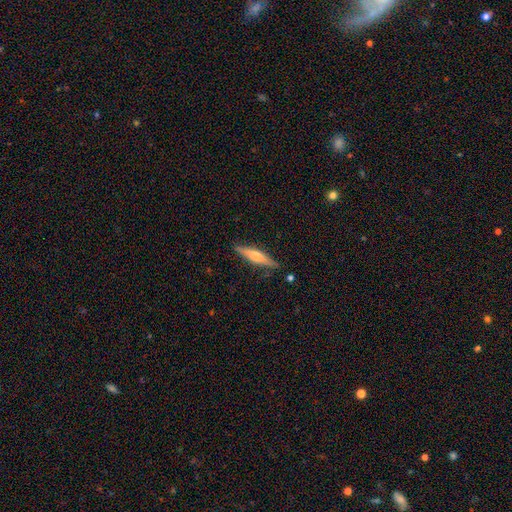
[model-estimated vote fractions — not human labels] Smooth or featured?
  - featured or disk: 48% *
  - smooth: 46%
  - star or artifact: 6%
Merging?
  - none: 86% *
  - minor disturbance: 11%
  - major disturbance: 2%
  - merger: 2%